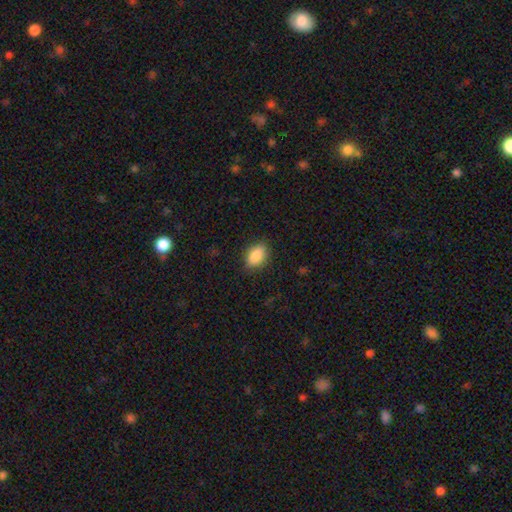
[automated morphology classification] This is clearly a smooth galaxy (87%). How rounded: clearly in between (84%). Merging: clearly none (84%).